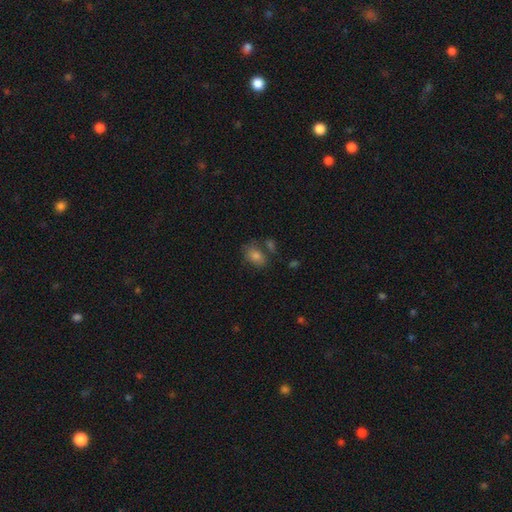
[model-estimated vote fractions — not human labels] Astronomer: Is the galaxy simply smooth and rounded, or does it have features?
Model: smooth — 77%.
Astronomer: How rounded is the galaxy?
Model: in between — 76%.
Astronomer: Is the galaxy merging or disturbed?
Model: none — 60%.